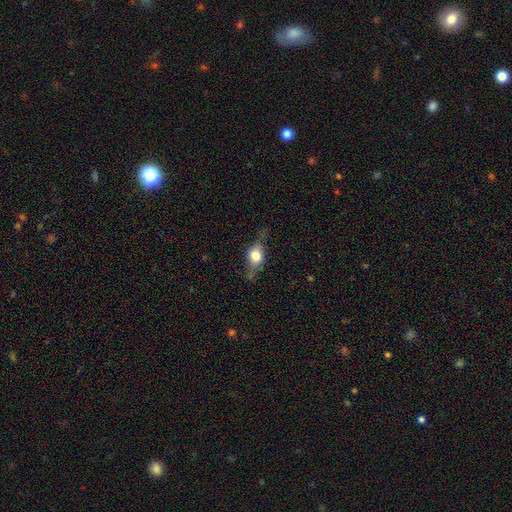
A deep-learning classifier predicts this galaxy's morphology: This is possibly a featured or disk galaxy (47%). Merging: likely none (64%).